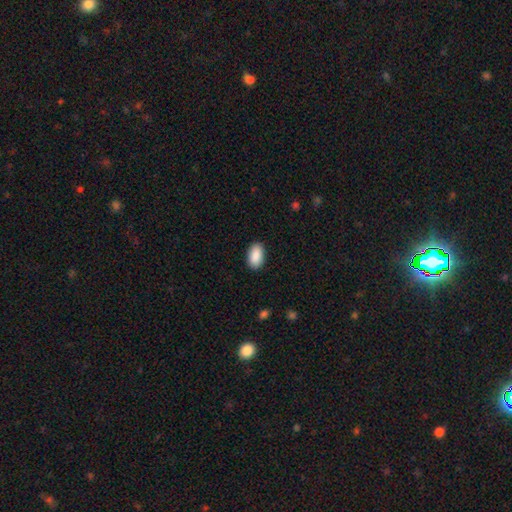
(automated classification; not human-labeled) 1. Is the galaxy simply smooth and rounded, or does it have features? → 90% smooth, 6% star or artifact, 3% featured or disk.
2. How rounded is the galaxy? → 94% in between, 4% round, 2% cigar-shaped.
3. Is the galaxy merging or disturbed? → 89% none, 8% minor disturbance, 2% major disturbance, 1% merger.